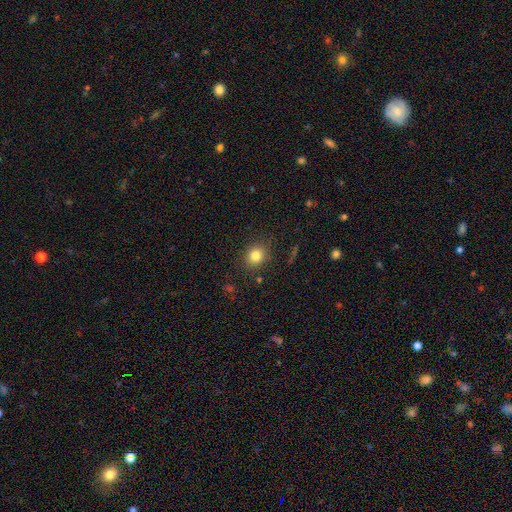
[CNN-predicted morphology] smooth-or-featured: smooth: 81% | star or artifact: 12% | featured or disk: 7%
  how-rounded: round: 72% | in between: 27% | cigar-shaped: 1%
  merging: none: 85% | minor disturbance: 10% | major disturbance: 3% | merger: 2%